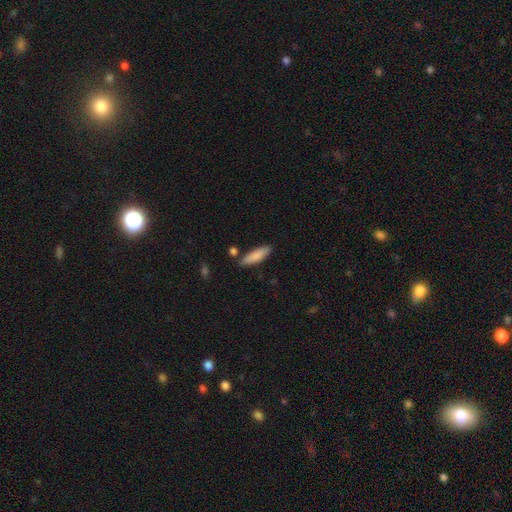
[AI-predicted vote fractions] smooth 85%, featured or disk 10%, star or artifact 6%. Down the decision tree: how rounded — cigar-shaped (57%); merging — none (81%).